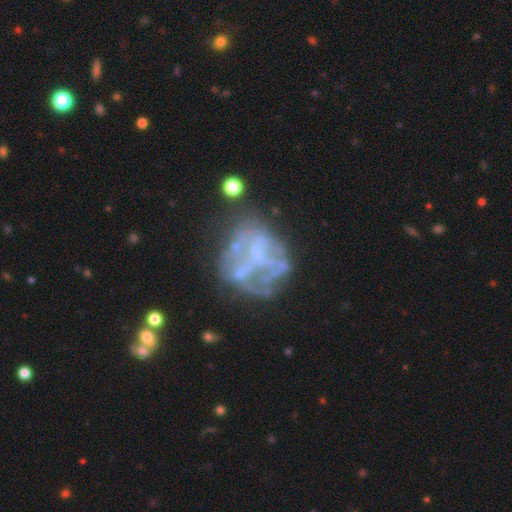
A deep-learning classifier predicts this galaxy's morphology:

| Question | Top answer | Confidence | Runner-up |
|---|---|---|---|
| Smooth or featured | featured or disk | 70% | smooth (17%) |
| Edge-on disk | no | 98% | yes (2%) |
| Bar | no | 79% | weak (15%) |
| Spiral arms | no | 83% | yes (17%) |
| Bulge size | none | 60% | small (26%) |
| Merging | none | 48% | major disturbance (24%) |